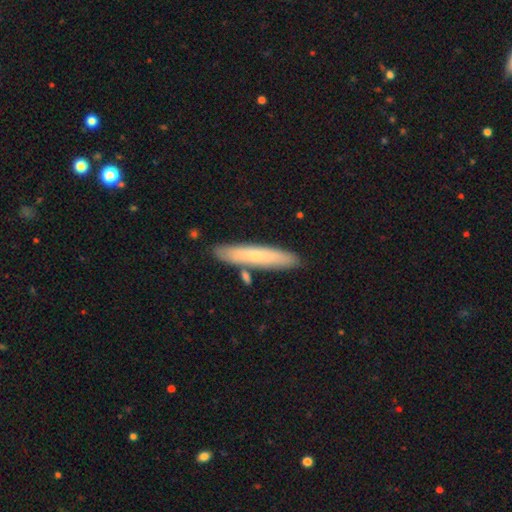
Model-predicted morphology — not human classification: A smooth galaxy with no disk features (61%) that is cigar-shaped (90%).

Vote fractions:
- Smooth or featured? smooth: 61% / featured or disk: 33% / star or artifact: 6%
- How rounded? cigar-shaped: 90% / in between: 9% / round: 1%
- Merging? none: 83% / minor disturbance: 10% / merger: 5% / major disturbance: 2%